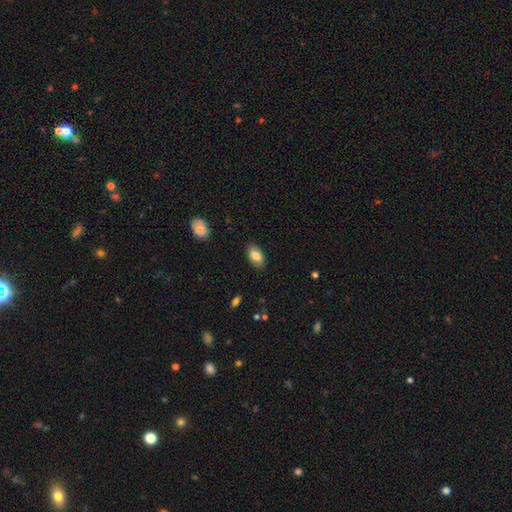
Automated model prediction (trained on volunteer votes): A smooth galaxy with no disk features (82%) that is in between round and cigar-shaped (93%).

Vote fractions:
- Smooth or featured? smooth: 82% / featured or disk: 11% / star or artifact: 7%
- How rounded? in between: 93% / round: 4% / cigar-shaped: 3%
- Merging? none: 86% / minor disturbance: 10% / major disturbance: 2% / merger: 1%